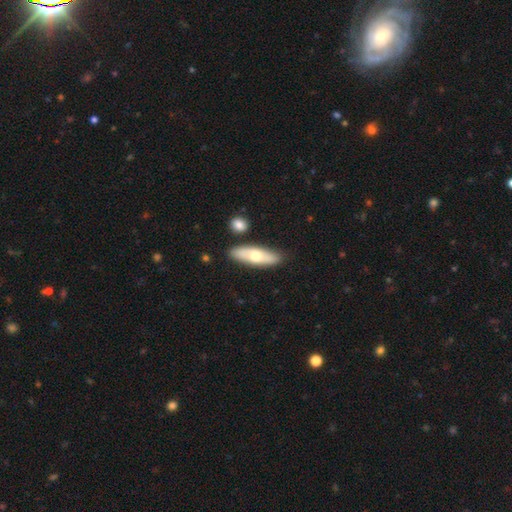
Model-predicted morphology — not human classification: Q: Smooth or featured?
A: smooth (58%); runner-up: featured or disk (36%)
Q: How rounded?
A: in between (55%); runner-up: cigar-shaped (42%)
Q: Merging?
A: none (81%); runner-up: minor disturbance (11%)